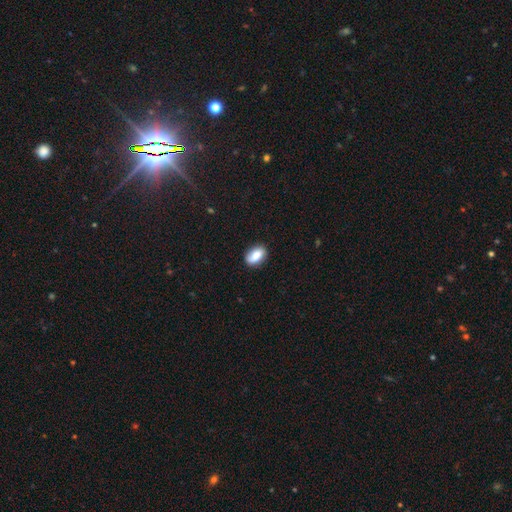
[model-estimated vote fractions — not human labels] smooth-or-featured: smooth: 79% | featured or disk: 14% | star or artifact: 7%
  how-rounded: in between: 87% | round: 10% | cigar-shaped: 3%
  merging: none: 85% | minor disturbance: 12% | major disturbance: 2% | merger: 1%